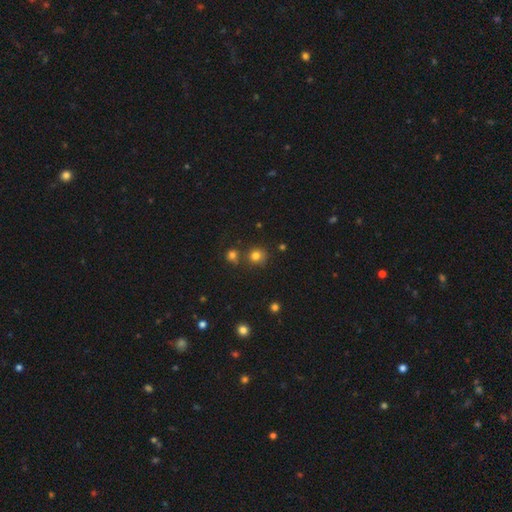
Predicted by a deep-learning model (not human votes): Q: Smooth or featured?
A: smooth (77%); runner-up: star or artifact (17%)
Q: How rounded?
A: round (87%); runner-up: in between (12%)
Q: Merging?
A: none (70%); runner-up: merger (16%)